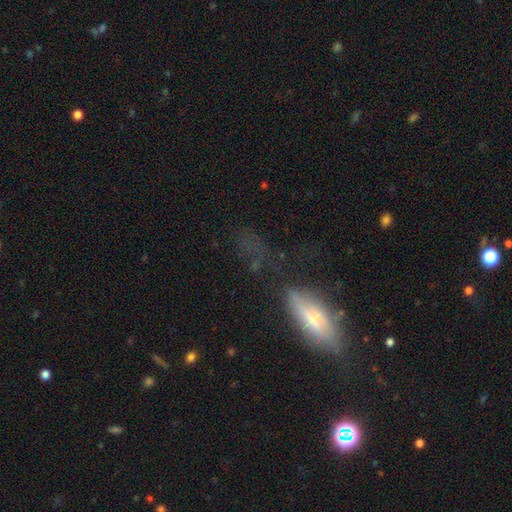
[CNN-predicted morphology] Q: Smooth or featured?
A: smooth (55%); runner-up: featured or disk (25%)
Q: How rounded?
A: in between (57%); runner-up: cigar-shaped (35%)
Q: Merging?
A: none (51%); runner-up: minor disturbance (24%)